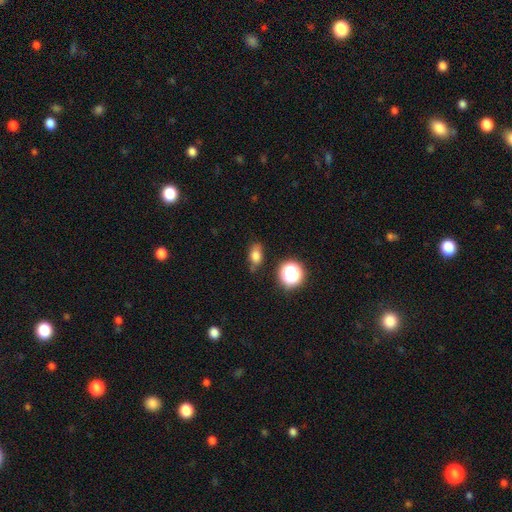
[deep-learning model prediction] Smooth or featured? smooth (75%)
How rounded? in between (76%)
Merging? none (71%)